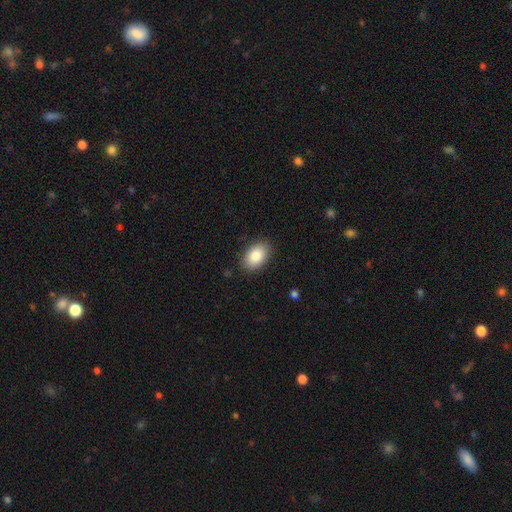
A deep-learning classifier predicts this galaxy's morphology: A smooth galaxy with no disk features (87%) that is in between round and cigar-shaped (90%). Merging: none (86%).